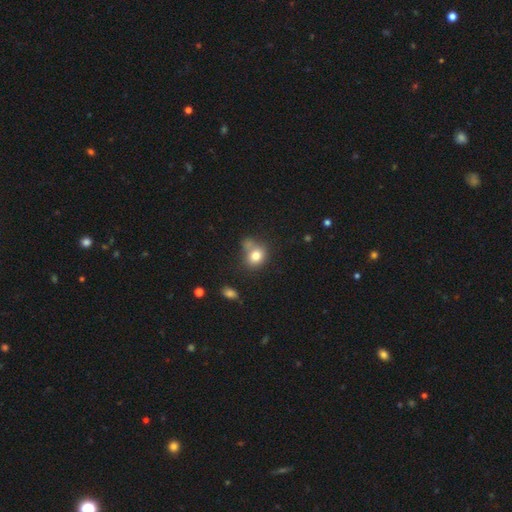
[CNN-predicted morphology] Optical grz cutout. It shows a smooth galaxy with no disk features (78%) that is round (58%). Merging: none (48%).